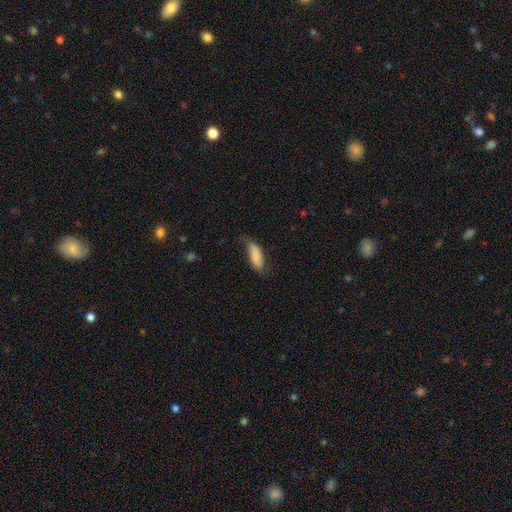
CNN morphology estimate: Q: Smooth or featured?
A: smooth (76%); runner-up: featured or disk (17%)
Q: How rounded?
A: in between (69%); runner-up: cigar-shaped (28%)
Q: Merging?
A: none (52%); runner-up: minor disturbance (33%)